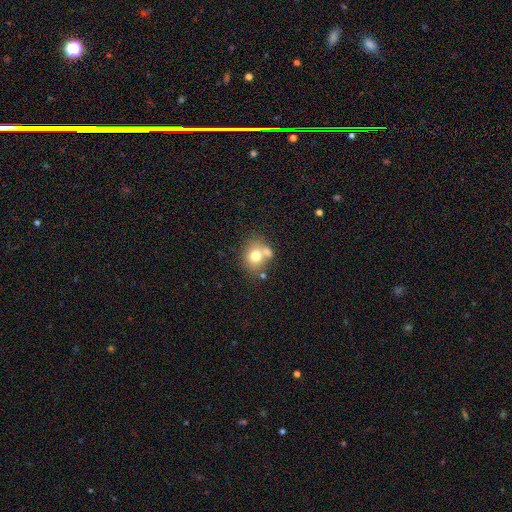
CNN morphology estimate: A smooth galaxy with no disk features (71%) that is round (65%).

Vote fractions:
- Smooth or featured? smooth: 71% / featured or disk: 18% / star or artifact: 11%
- How rounded? round: 65% / in between: 34% / cigar-shaped: 1%
- Merging? none: 51% / merger: 32% / minor disturbance: 13% / major disturbance: 5%